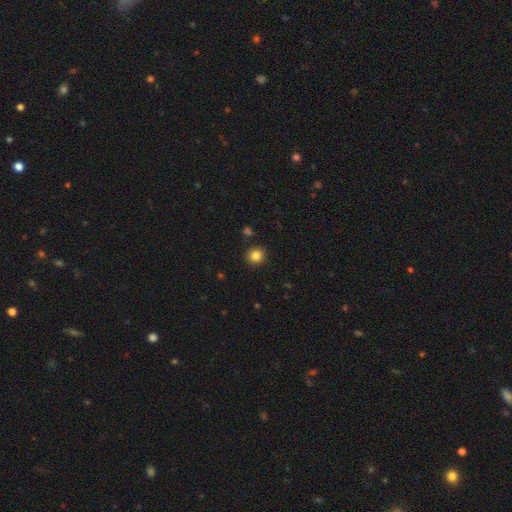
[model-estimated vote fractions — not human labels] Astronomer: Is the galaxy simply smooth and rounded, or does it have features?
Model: smooth — 83%.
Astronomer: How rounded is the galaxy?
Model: round — 92%.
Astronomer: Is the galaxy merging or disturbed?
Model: none — 91%.